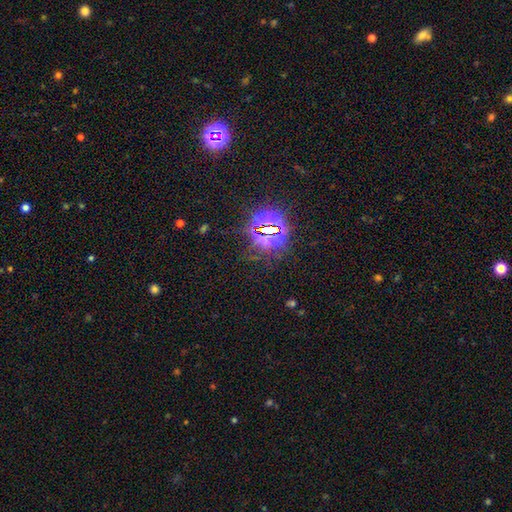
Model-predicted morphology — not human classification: A star or artifact, not a galaxy (83%).

Vote fractions:
- Smooth or featured? star or artifact: 83% / smooth: 10% / featured or disk: 7%